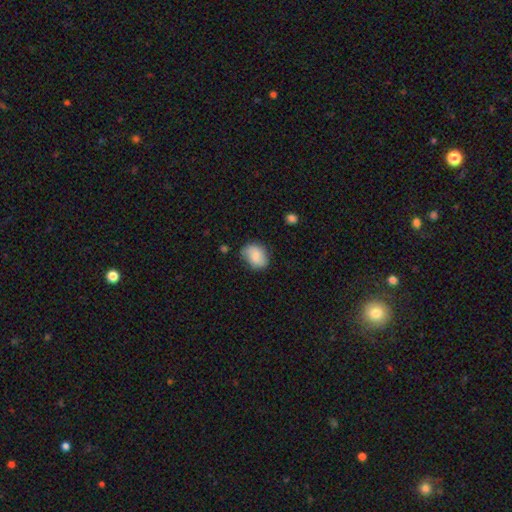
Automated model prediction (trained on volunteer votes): Smooth or featured?
  - smooth: 76% *
  - featured or disk: 16%
  - star or artifact: 7%
How rounded?
  - in between: 71% *
  - round: 28%
  - cigar-shaped: 1%
Merging?
  - none: 67% *
  - minor disturbance: 25%
  - major disturbance: 5%
  - merger: 2%